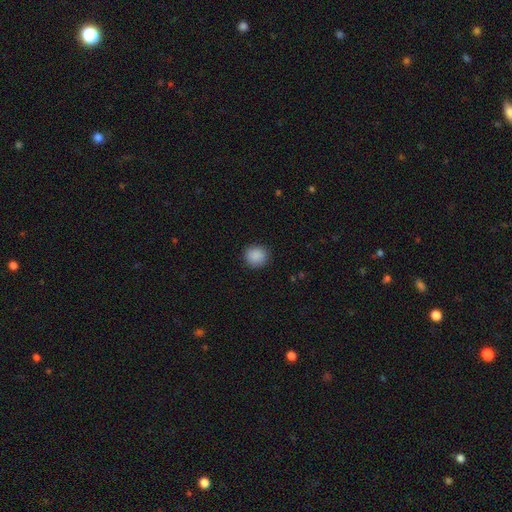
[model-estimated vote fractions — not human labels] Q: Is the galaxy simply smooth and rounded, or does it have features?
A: smooth — 89%.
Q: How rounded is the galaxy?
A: round — 90%.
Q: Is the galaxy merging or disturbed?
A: none — 90%.